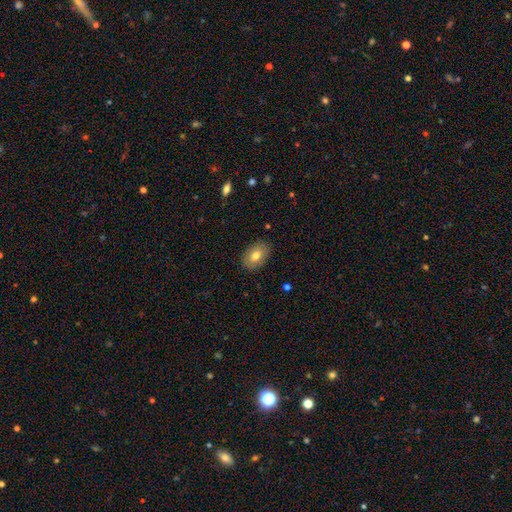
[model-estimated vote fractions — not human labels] A smooth galaxy with no disk features (76%) that is in between round and cigar-shaped (85%). Merging: none (87%).